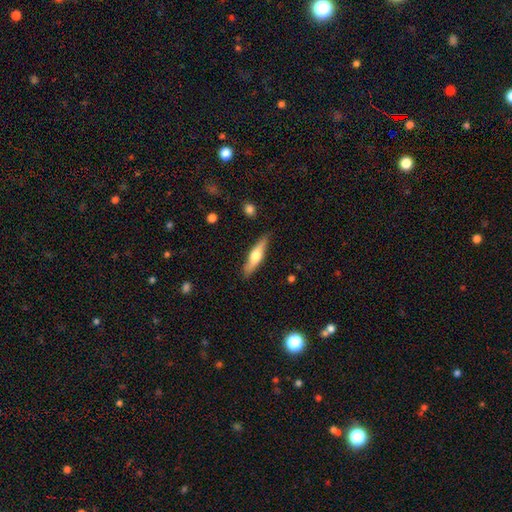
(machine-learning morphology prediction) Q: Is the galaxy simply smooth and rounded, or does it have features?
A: smooth — 48%.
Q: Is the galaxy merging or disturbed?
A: none — 86%.